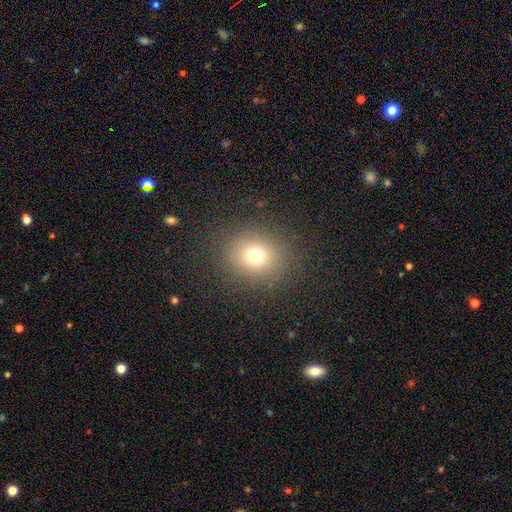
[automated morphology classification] This appears to be a smooth galaxy with no disk features (72%) that is round (79%). Merging: none (87%).